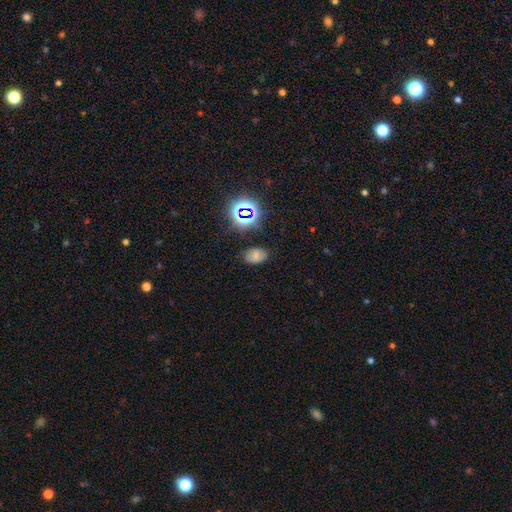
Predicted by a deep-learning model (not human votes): Morphology: type=smooth (58%); roundness=in between (84%); merging=none (78%).